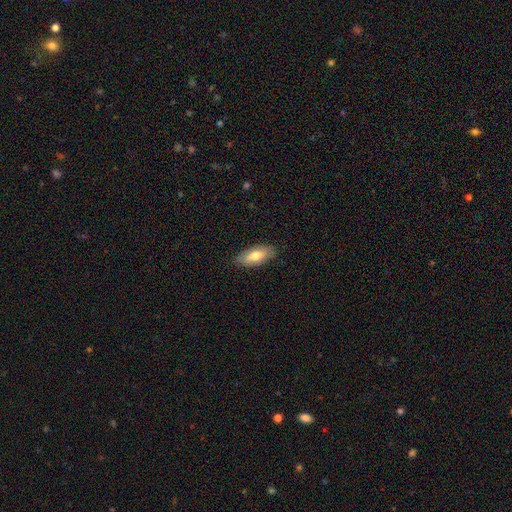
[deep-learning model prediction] Smooth or featured?
  - smooth: 66% *
  - featured or disk: 28%
  - star or artifact: 6%
How rounded?
  - in between: 83% *
  - cigar-shaped: 14%
  - round: 3%
Merging?
  - none: 84% *
  - minor disturbance: 12%
  - major disturbance: 2%
  - merger: 1%